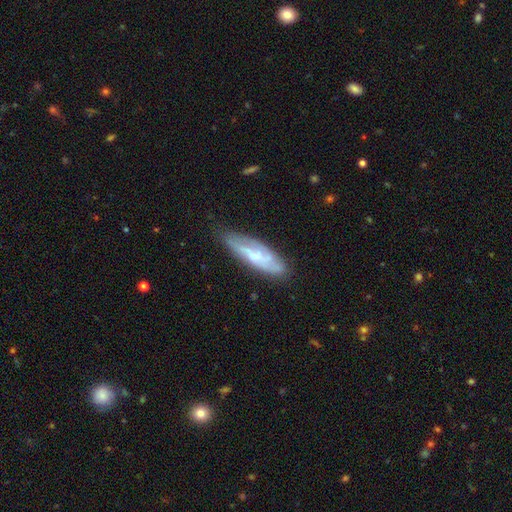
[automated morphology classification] type=featured or disk (59%); edge-on=no (68%); merging=none (69%).